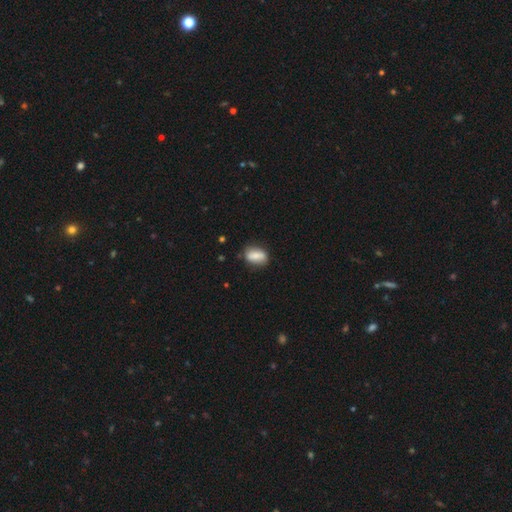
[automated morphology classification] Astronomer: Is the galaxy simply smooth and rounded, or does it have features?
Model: smooth — 76%.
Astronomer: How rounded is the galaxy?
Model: in between — 80%.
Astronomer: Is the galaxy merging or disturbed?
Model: none — 72%.